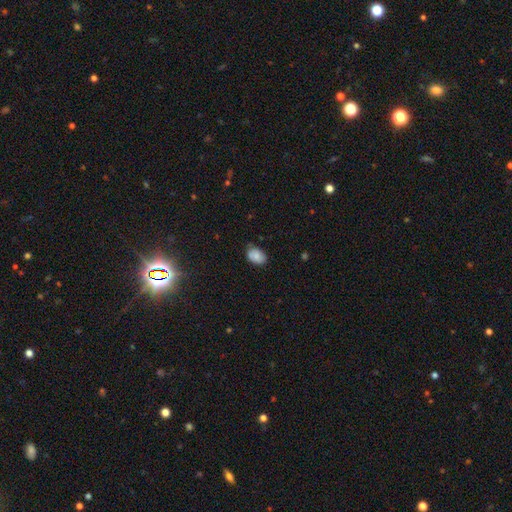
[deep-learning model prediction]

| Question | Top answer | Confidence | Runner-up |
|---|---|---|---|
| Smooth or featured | smooth | 81% | featured or disk (11%) |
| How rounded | in between | 84% | round (15%) |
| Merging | none | 68% | minor disturbance (26%) |